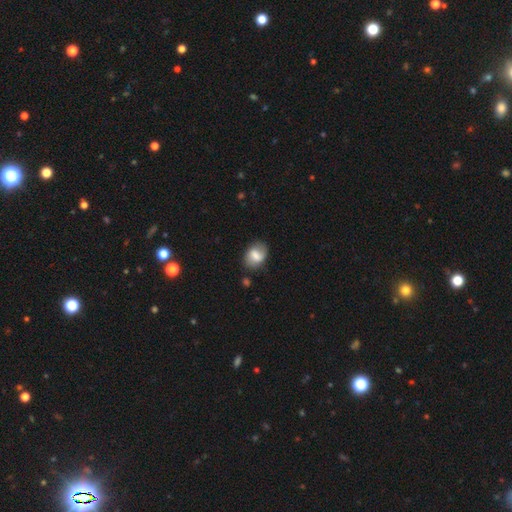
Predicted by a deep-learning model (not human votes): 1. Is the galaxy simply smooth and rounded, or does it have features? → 62% smooth, 30% featured or disk, 8% star or artifact.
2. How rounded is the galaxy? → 70% in between, 28% round, 1% cigar-shaped.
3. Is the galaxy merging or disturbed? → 69% none, 22% minor disturbance, 7% major disturbance, 3% merger.